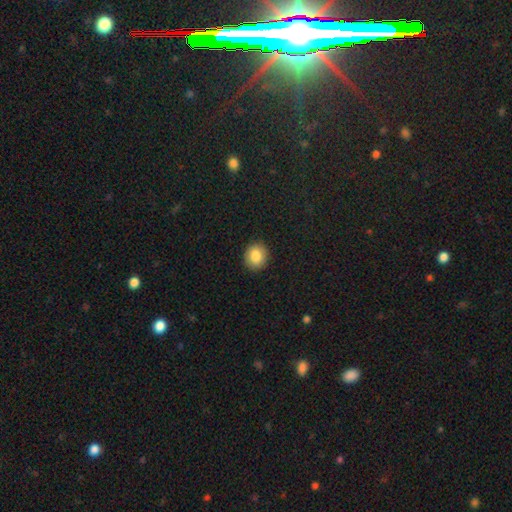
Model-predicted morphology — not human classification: smooth 86%, star or artifact 9%, featured or disk 6%. Down the decision tree: how rounded — round (82%); merging — none (91%).